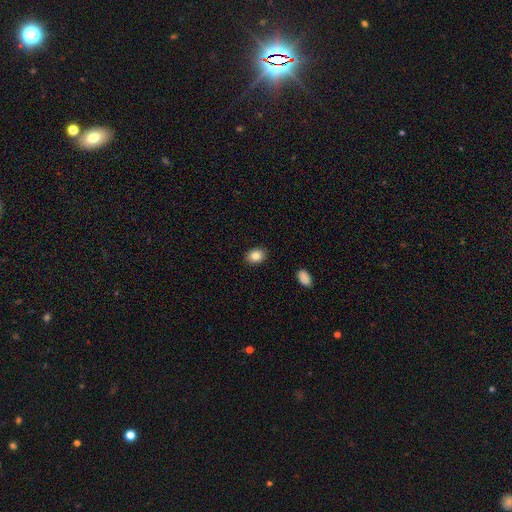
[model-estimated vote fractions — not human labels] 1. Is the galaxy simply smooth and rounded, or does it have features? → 84% smooth, 9% star or artifact, 7% featured or disk.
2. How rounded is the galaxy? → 66% in between, 33% round, 1% cigar-shaped.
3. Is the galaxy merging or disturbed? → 89% none, 8% minor disturbance, 2% major disturbance, 1% merger.